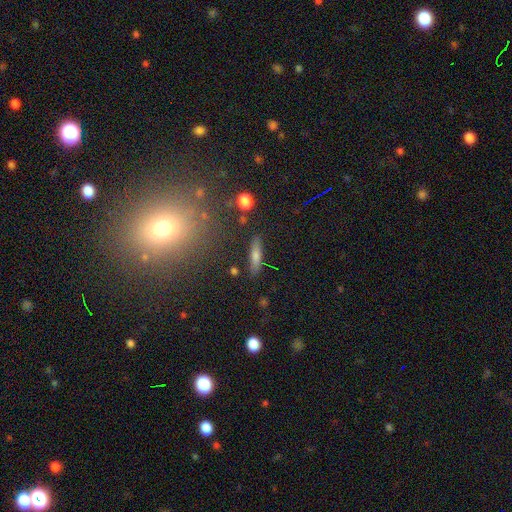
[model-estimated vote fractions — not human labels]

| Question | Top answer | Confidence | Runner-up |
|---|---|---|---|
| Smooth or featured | smooth | 61% | featured or disk (29%) |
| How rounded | cigar-shaped | 75% | in between (22%) |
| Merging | none | 86% | minor disturbance (9%) |